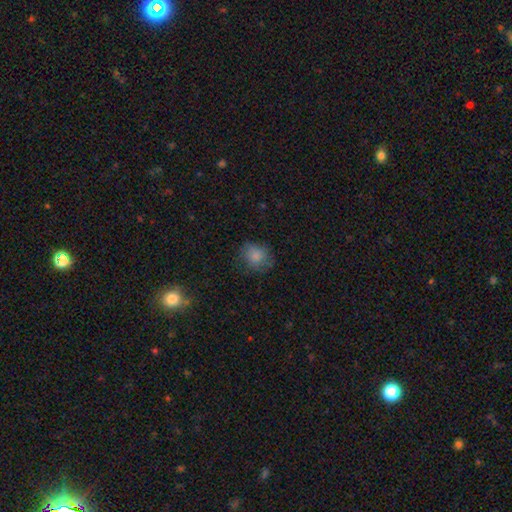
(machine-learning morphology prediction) This is clearly a smooth galaxy (82%). How rounded: likely round (75%). Merging: likely none (71%).